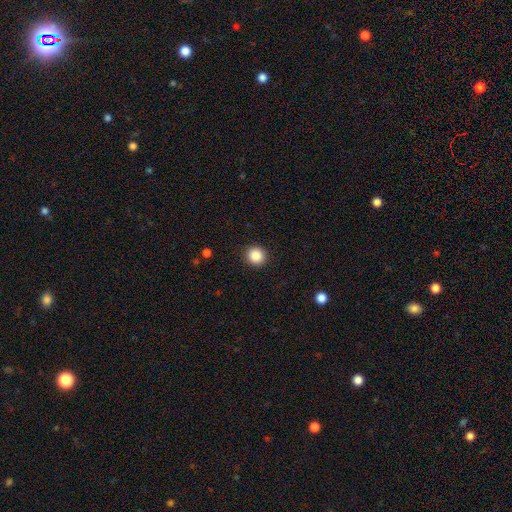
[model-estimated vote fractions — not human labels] This appears to be a smooth galaxy with no disk features (87%) that is round (91%). Merging: none (91%).